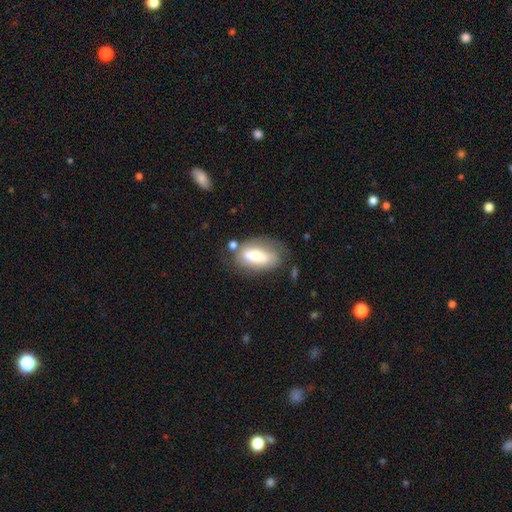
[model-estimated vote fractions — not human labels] Smooth or featured?
  - smooth: 56% *
  - featured or disk: 36%
  - star or artifact: 7%
How rounded?
  - in between: 86% *
  - cigar-shaped: 9%
  - round: 5%
Merging?
  - none: 55% *
  - minor disturbance: 22%
  - merger: 12%
  - major disturbance: 11%